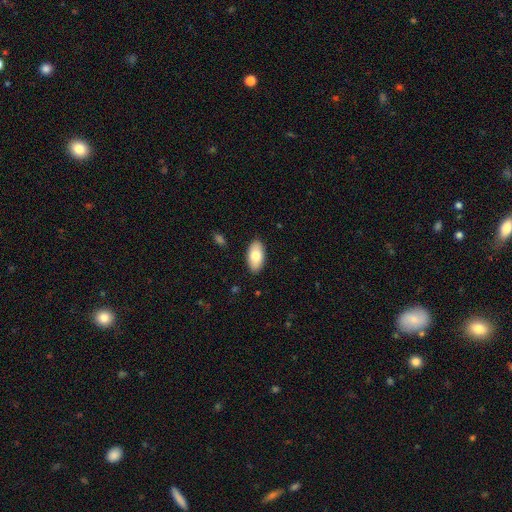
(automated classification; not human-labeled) Smooth or featured? smooth (77%)
How rounded? in between (94%)
Merging? none (89%)